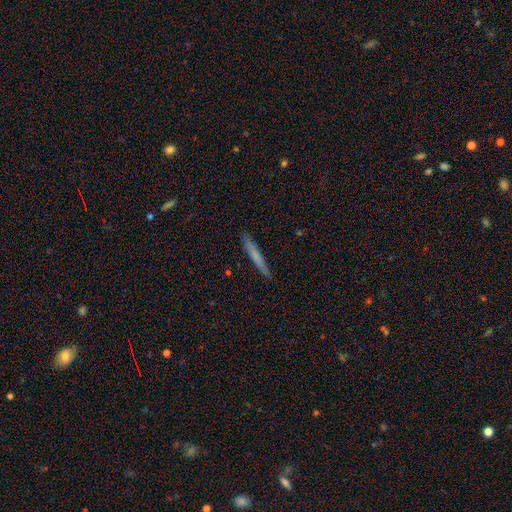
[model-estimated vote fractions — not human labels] smooth_or_featured: smooth (p=0.63) [alt: featured or disk p=0.31]
how_rounded: cigar-shaped (p=0.96) [alt: in between p=0.03]
merging: none (p=0.90) [alt: minor disturbance p=0.07]